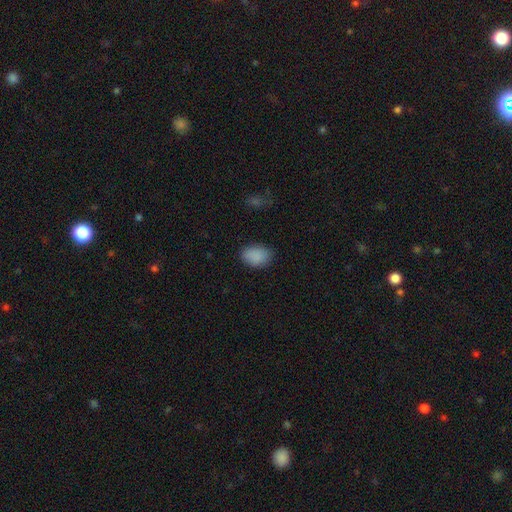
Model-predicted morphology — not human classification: The model was most divided on "how rounded": in between: 82%, round: 16%, cigar-shaped: 1%. More confident: smooth or featured — smooth (88%); merging — none (81%).